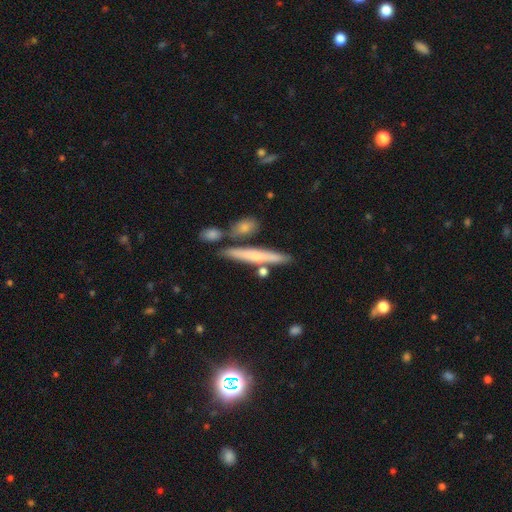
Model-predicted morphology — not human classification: Smooth or featured? Predicted: smooth (p=0.53). How rounded? Predicted: cigar-shaped (p=0.92). Merging? Predicted: none (p=0.75).